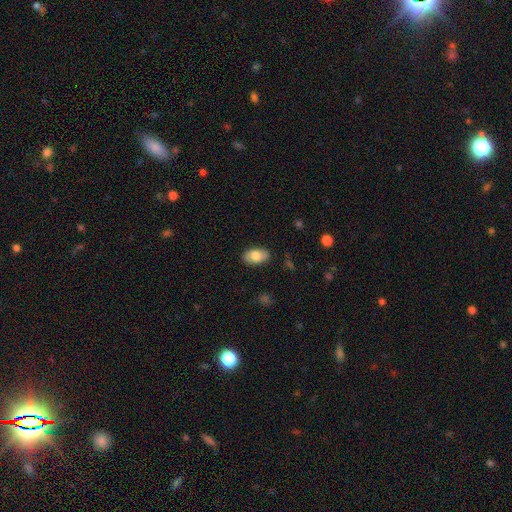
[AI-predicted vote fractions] A smooth galaxy with no disk features (77%) that is in between round and cigar-shaped (94%).

Vote fractions:
- Smooth or featured? smooth: 77% / featured or disk: 17% / star or artifact: 6%
- How rounded? in between: 94% / round: 5% / cigar-shaped: 2%
- Merging? none: 86% / minor disturbance: 11% / major disturbance: 2% / merger: 1%